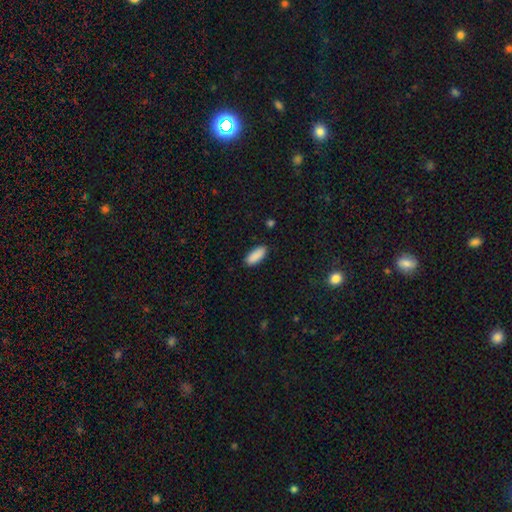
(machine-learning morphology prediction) Smooth or featured? smooth (90%)
How rounded? in between (81%)
Merging? none (89%)